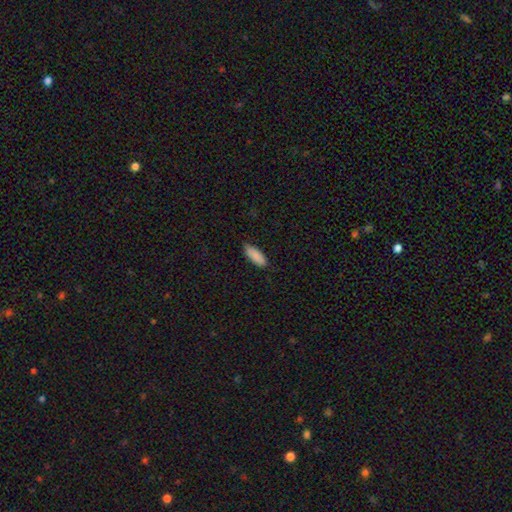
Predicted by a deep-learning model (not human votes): Smooth or featured? Predicted: smooth (p=0.89). How rounded? Predicted: in between (p=0.73). Merging? Predicted: none (p=0.80).